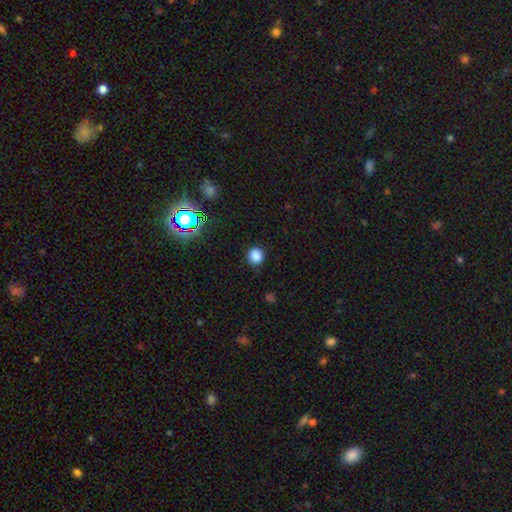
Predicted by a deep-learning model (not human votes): Smooth or featured?
  - smooth: 82% *
  - star or artifact: 14%
  - featured or disk: 4%
How rounded?
  - round: 88% *
  - in between: 11%
  - cigar-shaped: 1%
Merging?
  - none: 86% *
  - minor disturbance: 10%
  - major disturbance: 3%
  - merger: 1%